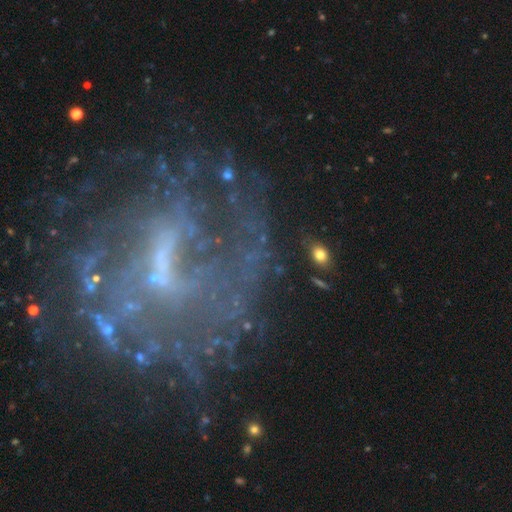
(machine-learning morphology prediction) featured or disk 76%, star or artifact 15%, smooth 9%. Down the decision tree: edge-on disk — no (97%); bar — weak (42%); spiral arms — yes (72%); spiral arm count — can't tell (41%); spiral winding — medium (36%, tied with loose); bulge size — small (47%); merging — none (55%).